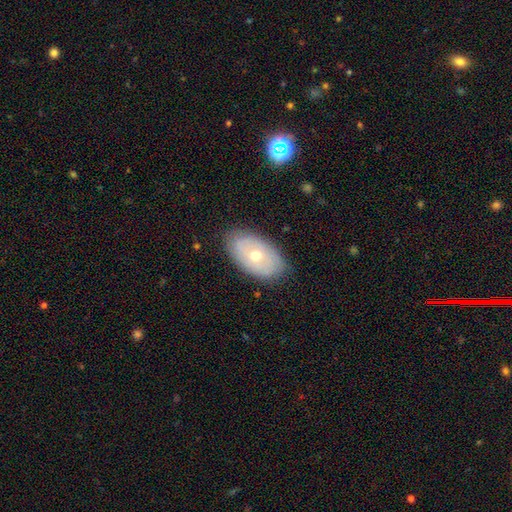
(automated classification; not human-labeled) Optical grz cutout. It shows a featured or disk galaxy (50%). Merging: none (82%).